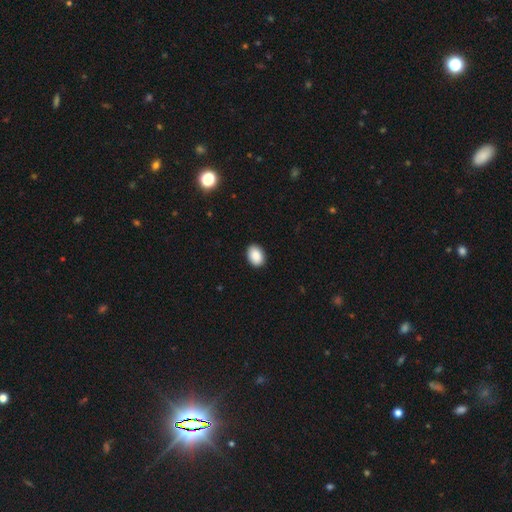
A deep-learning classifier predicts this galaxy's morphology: smooth_or_featured: smooth (p=0.90) [alt: star or artifact p=0.07]
how_rounded: in between (p=0.81) [alt: round p=0.18]
merging: none (p=0.90) [alt: minor disturbance p=0.08]